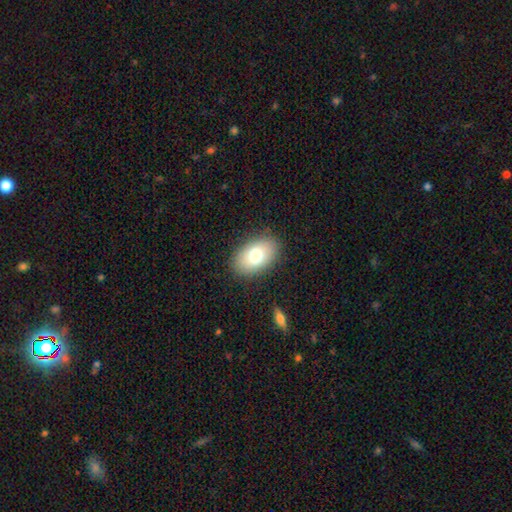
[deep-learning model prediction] A smooth galaxy with no disk features (76%) that is in between round and cigar-shaped (90%). Merging: none (86%).